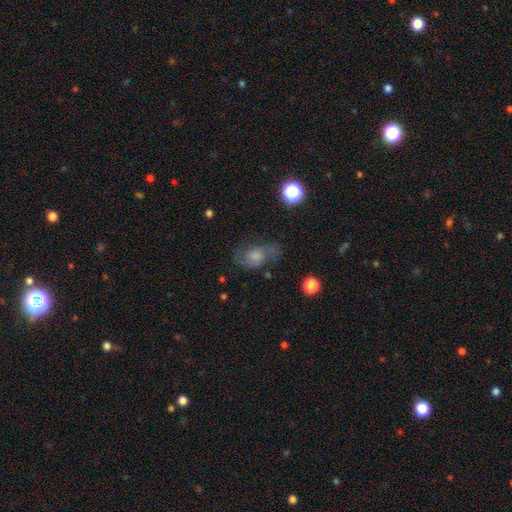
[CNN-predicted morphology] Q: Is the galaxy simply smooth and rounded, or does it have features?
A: featured or disk — 59%.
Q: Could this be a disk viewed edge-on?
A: no — 95%.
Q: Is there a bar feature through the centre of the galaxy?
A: no — 70%.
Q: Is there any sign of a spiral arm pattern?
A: yes — 87%.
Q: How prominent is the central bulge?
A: moderate — 42%.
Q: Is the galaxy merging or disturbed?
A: none — 64%.